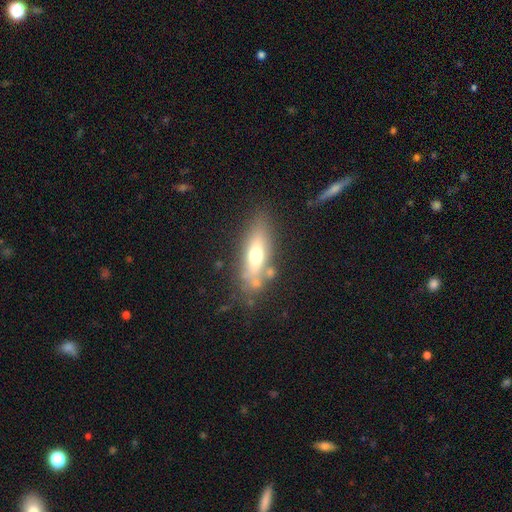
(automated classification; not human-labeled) smooth-or-featured: smooth: 51% | featured or disk: 41% | star or artifact: 8%
  how-rounded: in between: 50% | cigar-shaped: 47% | round: 3%
  merging: none: 72% | minor disturbance: 15% | merger: 7% | major disturbance: 6%